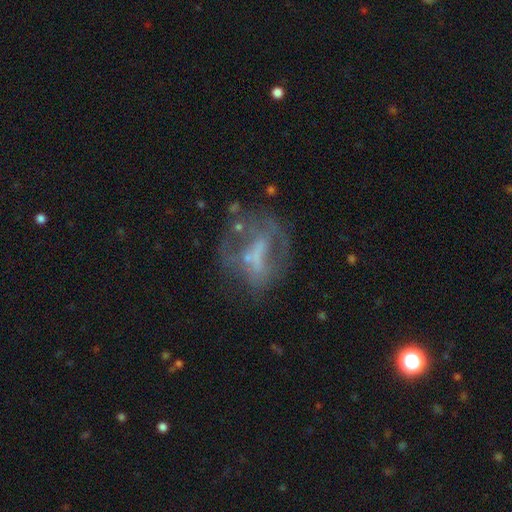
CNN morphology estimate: A featured or disk galaxy (59%) with no bar (53%), no spiral arms (78%) and no central bulge (52%). Merging: none (46%).